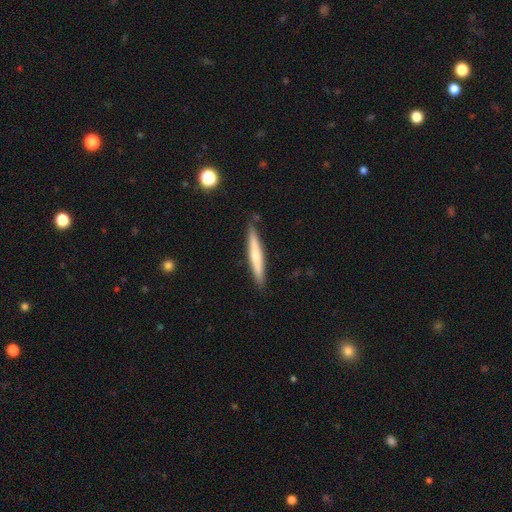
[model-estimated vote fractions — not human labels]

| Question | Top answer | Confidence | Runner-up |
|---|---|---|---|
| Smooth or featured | smooth | 57% | featured or disk (38%) |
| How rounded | cigar-shaped | 95% | in between (4%) |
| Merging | none | 87% | minor disturbance (9%) |